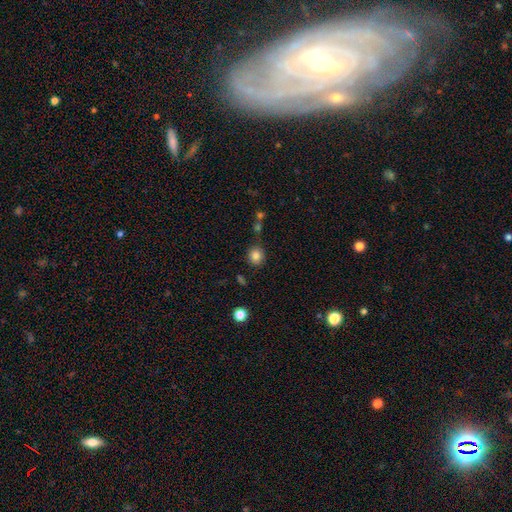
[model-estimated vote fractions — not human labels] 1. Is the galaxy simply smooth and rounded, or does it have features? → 85% smooth, 10% star or artifact, 5% featured or disk.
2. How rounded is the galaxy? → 86% round, 13% in between, 1% cigar-shaped.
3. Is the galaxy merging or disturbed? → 80% none, 11% minor disturbance, 5% merger, 4% major disturbance.